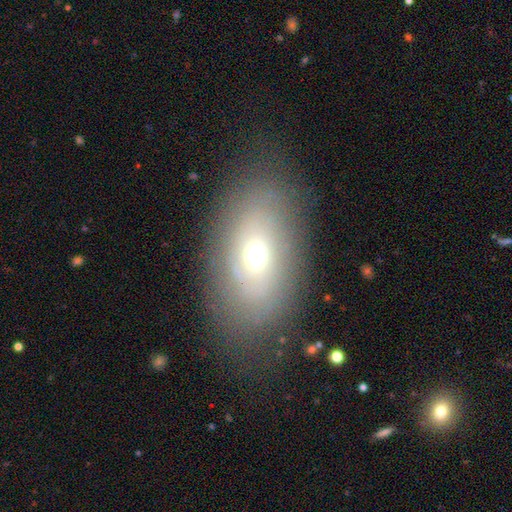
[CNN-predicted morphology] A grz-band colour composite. It shows a smooth galaxy with no disk features (53%) that is in between round and cigar-shaped (83%). Merging: none (79%).